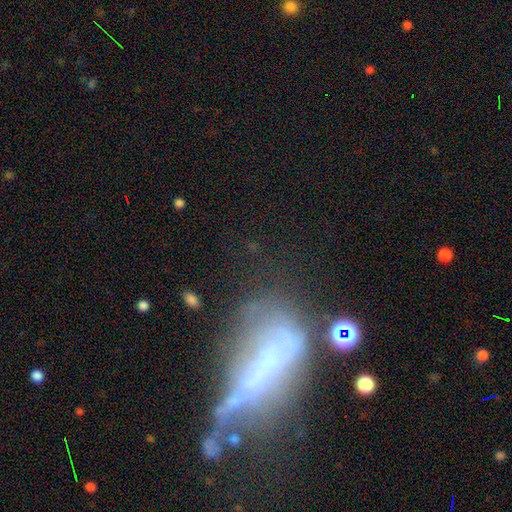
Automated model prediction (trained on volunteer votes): Overall: featured or disk (51%; smooth 29%). Edge-on disk: no (79%). Merging: major disturbance (39%; none 25%).